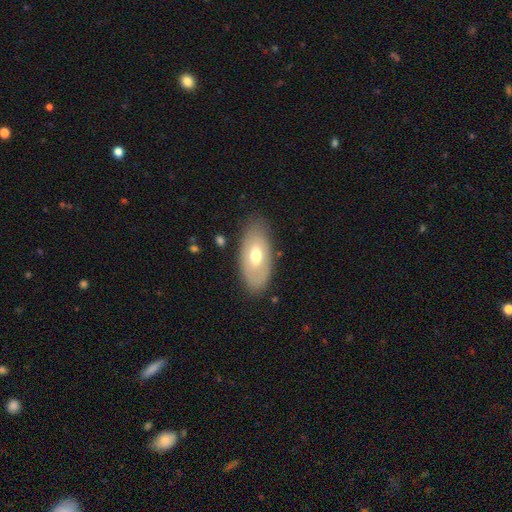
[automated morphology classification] This appears to be a smooth galaxy with no disk features (56%) that is in between round and cigar-shaped (91%). Merging: none (79%).